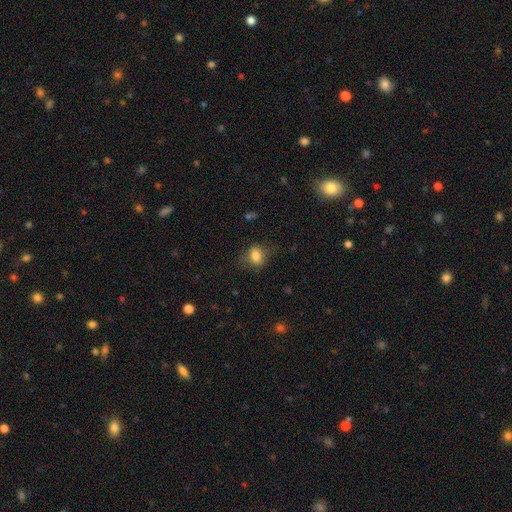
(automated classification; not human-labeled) Smooth or featured: smooth — 79% (featured or disk — 12%)
How rounded: in between — 60% (round — 38%)
Merging: none — 66% (minor disturbance — 22%)